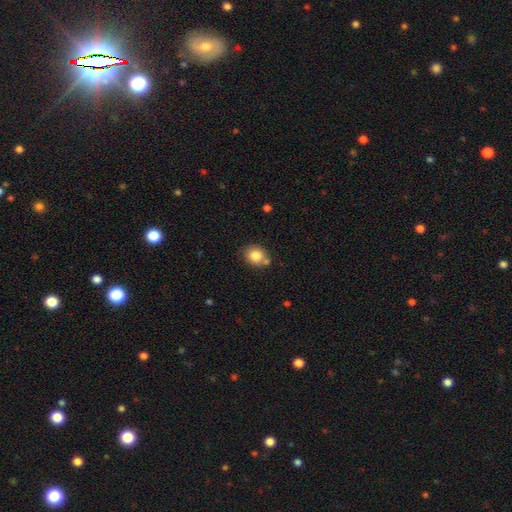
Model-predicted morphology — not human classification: Q: Smooth or featured?
A: smooth (82%); runner-up: star or artifact (9%)
Q: How rounded?
A: round (68%); runner-up: in between (32%)
Q: Merging?
A: none (69%); runner-up: minor disturbance (15%)